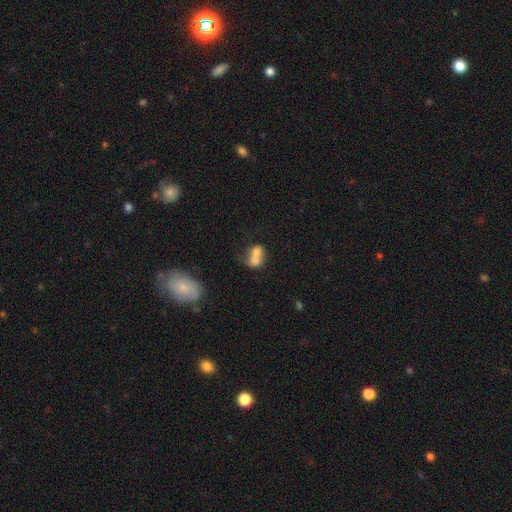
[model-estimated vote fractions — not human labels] Overall: smooth (69%). How rounded: round (50%; in between 49%). Merging: merger (72%).